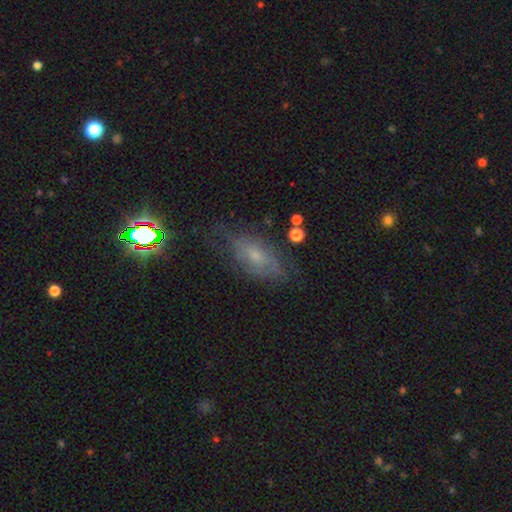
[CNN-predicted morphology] A featured or disk galaxy (42%). Merging: none (58%).